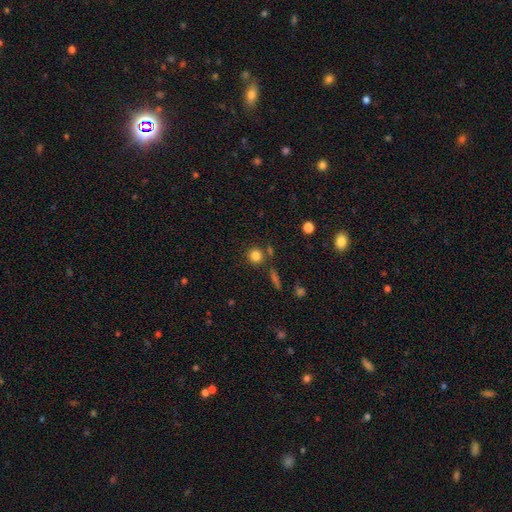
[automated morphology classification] smooth 82%, star or artifact 12%, featured or disk 6%. Down the decision tree: how rounded — round (90%); merging — none (77%).